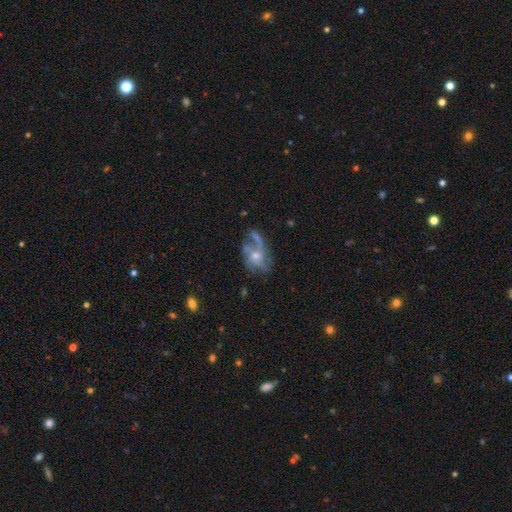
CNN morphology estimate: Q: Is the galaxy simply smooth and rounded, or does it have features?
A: featured or disk — 74%.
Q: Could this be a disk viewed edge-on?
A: no — 97%.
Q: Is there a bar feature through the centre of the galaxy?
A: no — 74%.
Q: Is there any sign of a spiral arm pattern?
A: yes — 84%.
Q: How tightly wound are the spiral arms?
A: loose — 44%.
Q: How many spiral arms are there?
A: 3 — 30%.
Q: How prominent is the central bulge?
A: moderate — 51%.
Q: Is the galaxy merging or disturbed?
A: none — 47%.